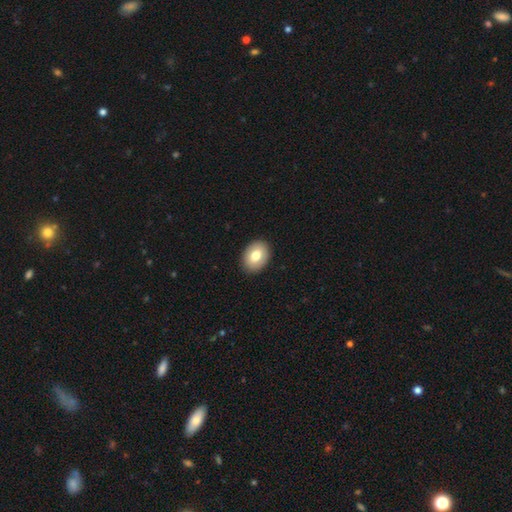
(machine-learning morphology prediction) smooth-or-featured: smooth: 76% | featured or disk: 17% | star or artifact: 7%
  how-rounded: in between: 71% | round: 28% | cigar-shaped: 1%
  merging: none: 90% | minor disturbance: 7% | major disturbance: 2% | merger: 1%